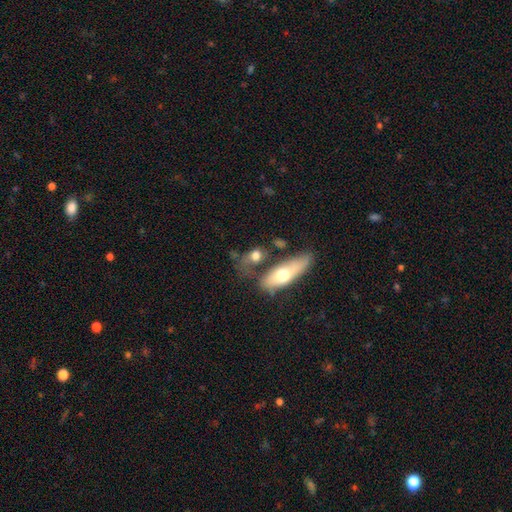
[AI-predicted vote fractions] Smooth or featured? smooth (69%)
How rounded? in between (64%)
Merging? none (40%)